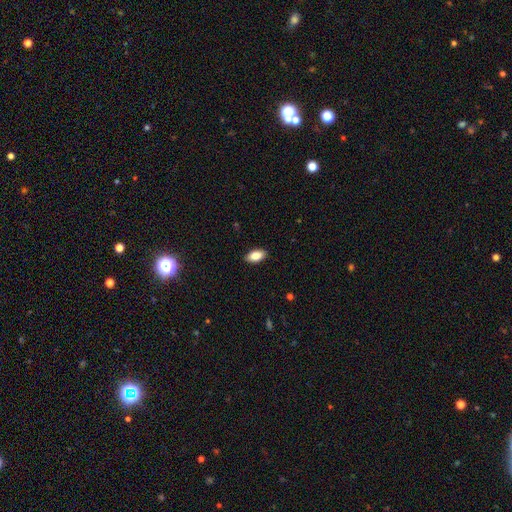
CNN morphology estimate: Smooth or featured? Predicted: smooth (p=0.86). How rounded? Predicted: in between (p=0.92). Merging? Predicted: none (p=0.89).